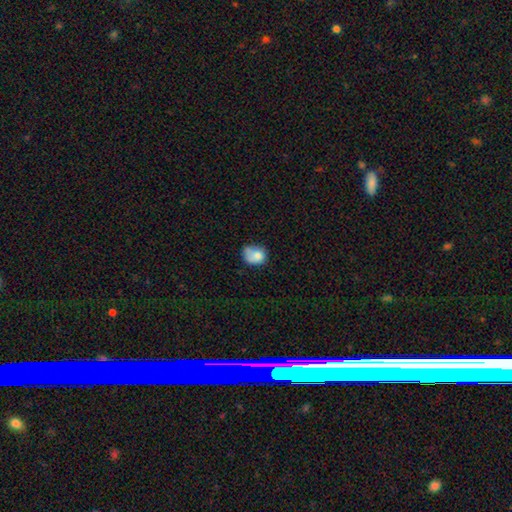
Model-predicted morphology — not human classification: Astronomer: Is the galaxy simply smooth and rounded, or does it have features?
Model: smooth — 75%.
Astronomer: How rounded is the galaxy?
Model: in between — 51% (runner-up: round, 48%).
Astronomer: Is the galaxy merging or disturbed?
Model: none — 34% (runner-up: minor disturbance, 31%).